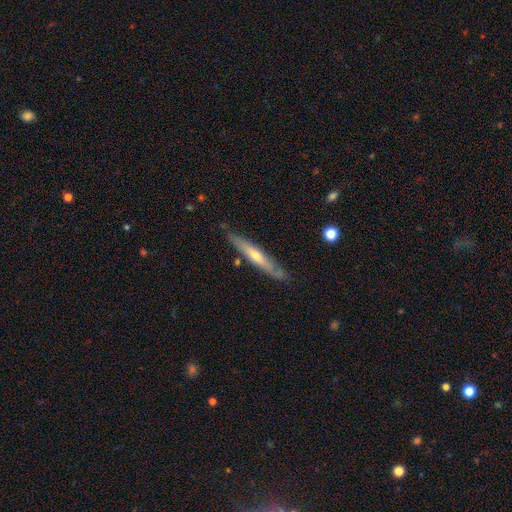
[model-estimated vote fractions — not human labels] Smooth or featured: featured or disk — 58% (smooth — 36%)
Edge-on disk: yes — 85% (no — 15%)
Merging: none — 80% (minor disturbance — 15%)